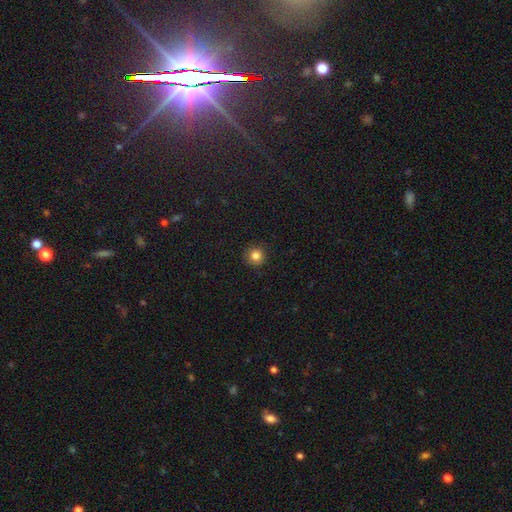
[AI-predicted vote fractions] Smooth or featured? Predicted: smooth (p=0.83). How rounded? Predicted: round (p=0.94). Merging? Predicted: none (p=0.90).